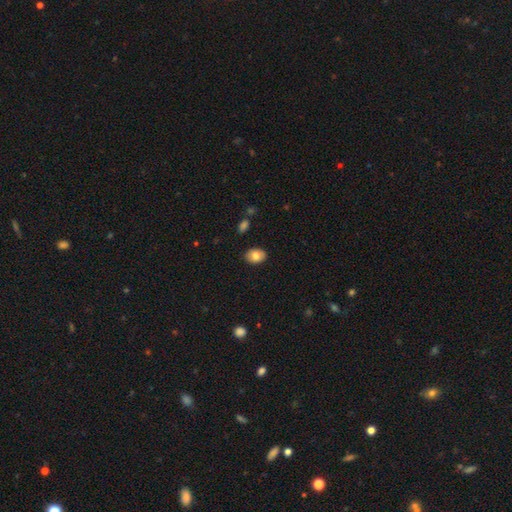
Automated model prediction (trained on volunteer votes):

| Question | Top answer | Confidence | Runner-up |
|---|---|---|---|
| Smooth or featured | smooth | 77% | featured or disk (15%) |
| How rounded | in between | 80% | round (19%) |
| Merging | none | 86% | minor disturbance (11%) |